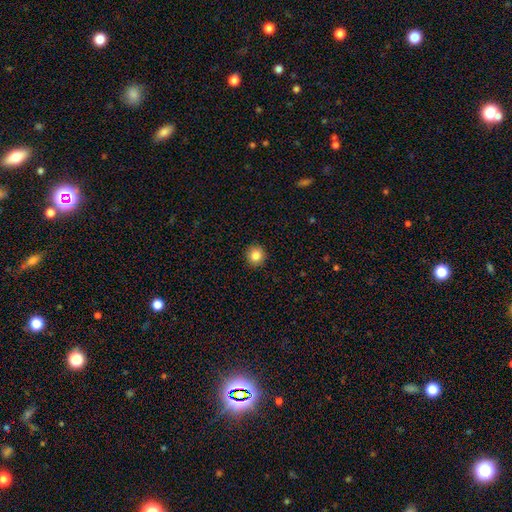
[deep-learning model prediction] Q: Smooth or featured?
A: smooth (84%); runner-up: star or artifact (10%)
Q: How rounded?
A: round (93%); runner-up: in between (6%)
Q: Merging?
A: none (92%); runner-up: minor disturbance (5%)